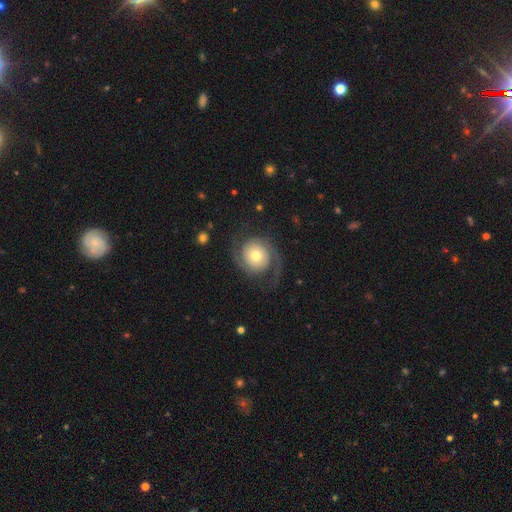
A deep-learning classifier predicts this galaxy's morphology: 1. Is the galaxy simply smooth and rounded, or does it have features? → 84% featured or disk, 11% smooth, 6% star or artifact.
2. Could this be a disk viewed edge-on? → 98% no, 2% yes.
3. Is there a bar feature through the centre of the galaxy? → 76% no, 19% weak, 5% strong.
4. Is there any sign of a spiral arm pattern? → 97% yes, 3% no.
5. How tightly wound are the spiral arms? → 44% medium, 29% tight, 27% loose.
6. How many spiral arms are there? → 91% 2, 3% 1, 3% can't tell, 2% 3, 1% 4, 1% more than 4.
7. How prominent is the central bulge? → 57% moderate, 30% small, 9% large, 2% dominant, 1% none.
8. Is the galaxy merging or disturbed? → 74% none, 13% minor disturbance, 11% major disturbance, 1% merger.